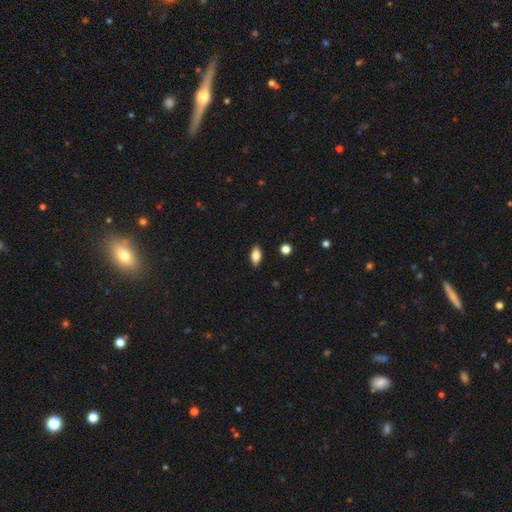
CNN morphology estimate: This is clearly a smooth galaxy (80%). How rounded: clearly in between (89%). Merging: clearly none (88%).